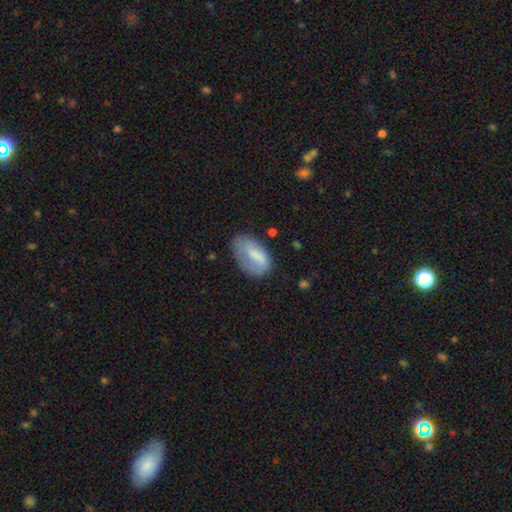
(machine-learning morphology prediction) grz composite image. It shows a smooth galaxy with no disk features (69%) that is in between round and cigar-shaped (92%). Merging: none (51%).